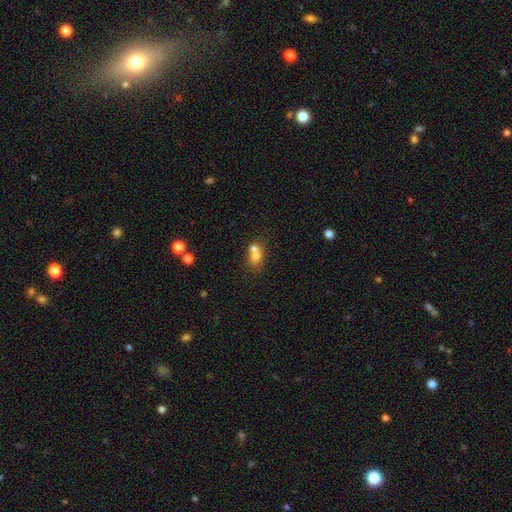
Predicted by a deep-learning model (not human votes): This is likely a smooth galaxy (69%). How rounded: possibly round (50%). Merging: possibly merger (59%).